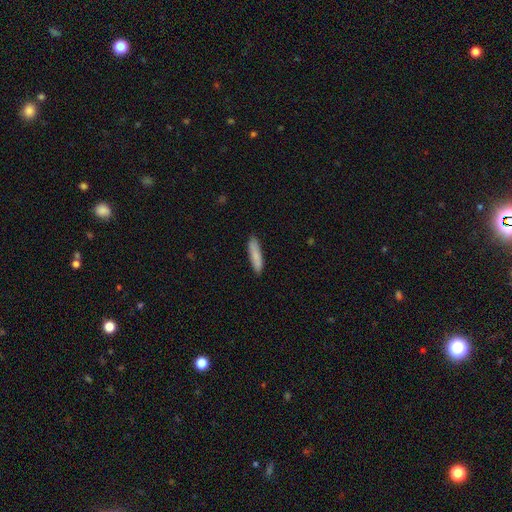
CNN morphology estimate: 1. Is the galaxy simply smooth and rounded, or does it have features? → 85% smooth, 9% featured or disk, 6% star or artifact.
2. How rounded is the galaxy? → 82% cigar-shaped, 16% in between, 1% round.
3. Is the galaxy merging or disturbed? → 87% none, 10% minor disturbance, 2% major disturbance, 1% merger.